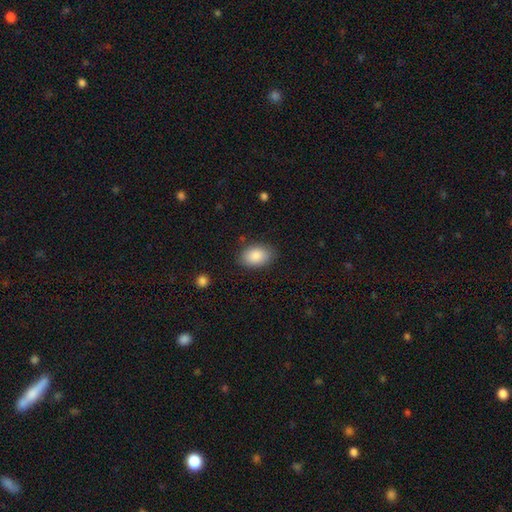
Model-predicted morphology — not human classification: Smooth or featured: smooth — 87% (star or artifact — 7%)
How rounded: in between — 87% (round — 12%)
Merging: none — 84% (minor disturbance — 12%)